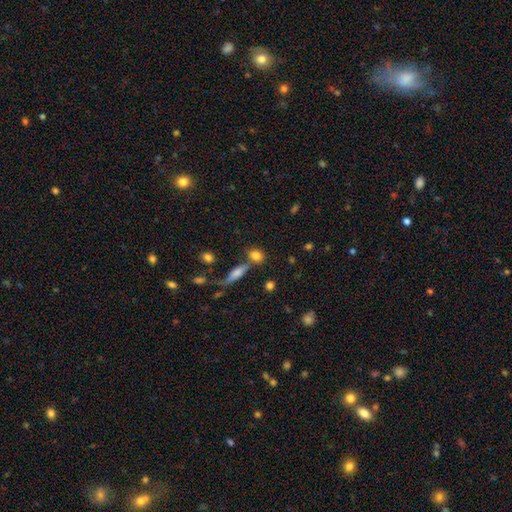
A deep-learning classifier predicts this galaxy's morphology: Smooth or featured?
  - smooth: 81% *
  - star or artifact: 10%
  - featured or disk: 9%
How rounded?
  - in between: 50% *
  - round: 44%
  - cigar-shaped: 6%
Merging?
  - none: 60% *
  - merger: 23%
  - minor disturbance: 12%
  - major disturbance: 5%